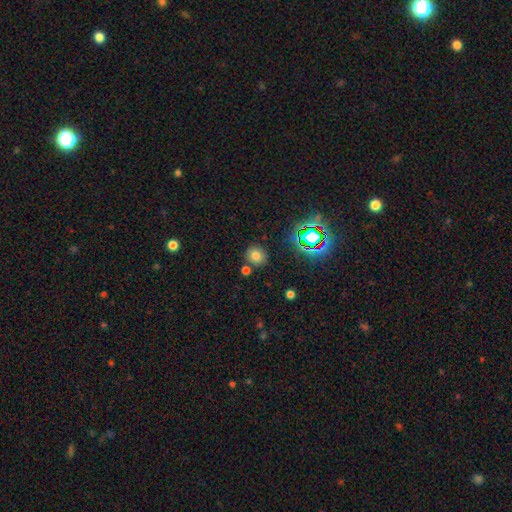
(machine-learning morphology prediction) Q: Smooth or featured?
A: smooth (71%); runner-up: star or artifact (21%)
Q: How rounded?
A: round (81%); runner-up: in between (18%)
Q: Merging?
A: none (80%); runner-up: merger (9%)